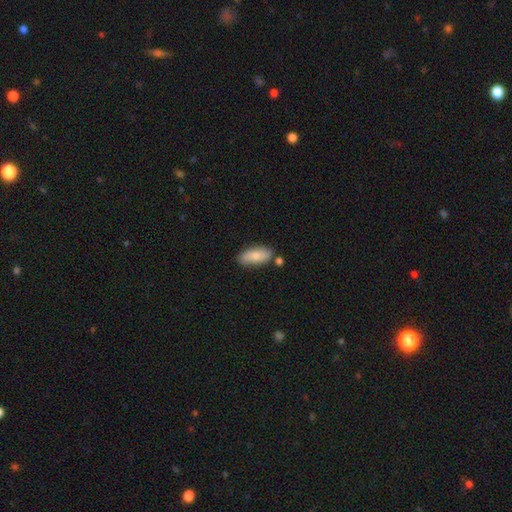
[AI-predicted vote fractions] Smooth or featured?
  - smooth: 78% *
  - featured or disk: 16%
  - star or artifact: 6%
How rounded?
  - in between: 85% *
  - cigar-shaped: 13%
  - round: 3%
Merging?
  - none: 75% *
  - minor disturbance: 15%
  - merger: 7%
  - major disturbance: 3%